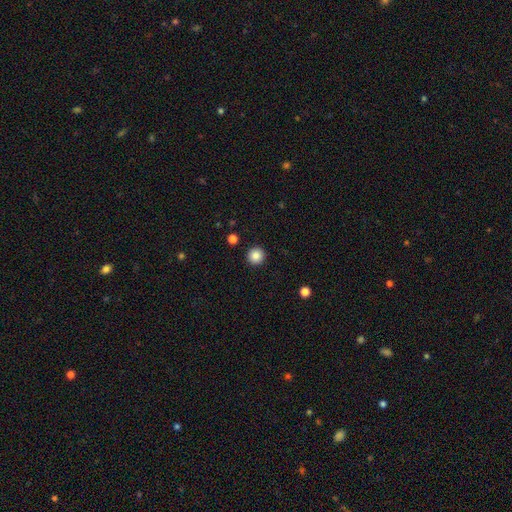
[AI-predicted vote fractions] Q: Smooth or featured?
A: smooth (87%); runner-up: star or artifact (10%)
Q: How rounded?
A: round (96%); runner-up: in between (3%)
Q: Merging?
A: none (93%); runner-up: minor disturbance (4%)